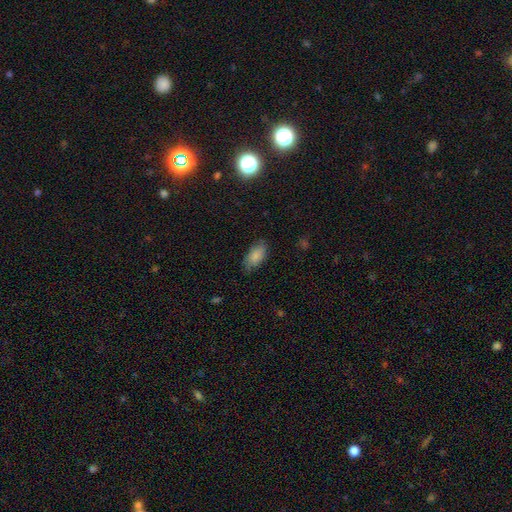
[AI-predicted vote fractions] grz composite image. It shows a smooth galaxy with no disk features (86%) that is in between round and cigar-shaped (93%). Merging: none (79%).